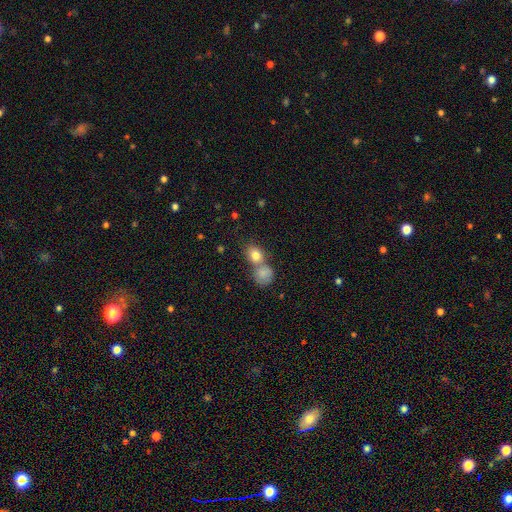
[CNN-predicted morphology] smooth 82%, featured or disk 9%, star or artifact 9%. Down the decision tree: how rounded — in between (50%); merging — merger (47%).